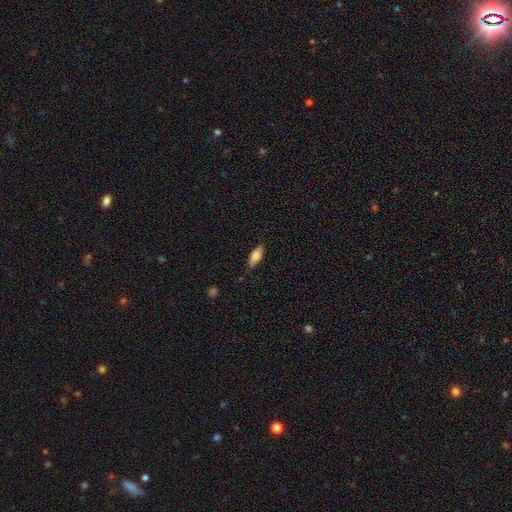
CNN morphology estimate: Overall: smooth (74%). How rounded: in between (77%). Merging: none (82%).